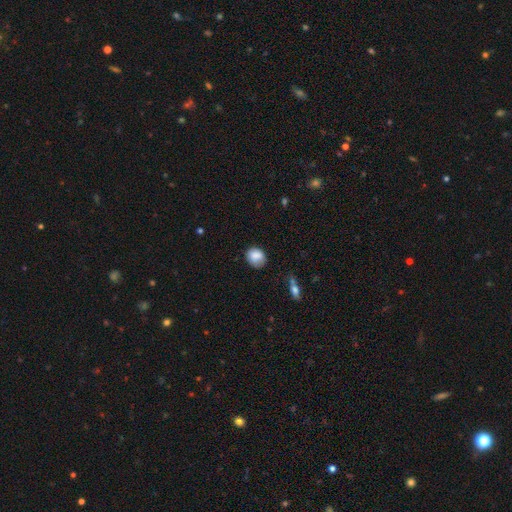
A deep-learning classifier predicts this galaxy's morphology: smooth 84%, star or artifact 8%, featured or disk 8%. Down the decision tree: how rounded — round (64%); merging — none (67%).